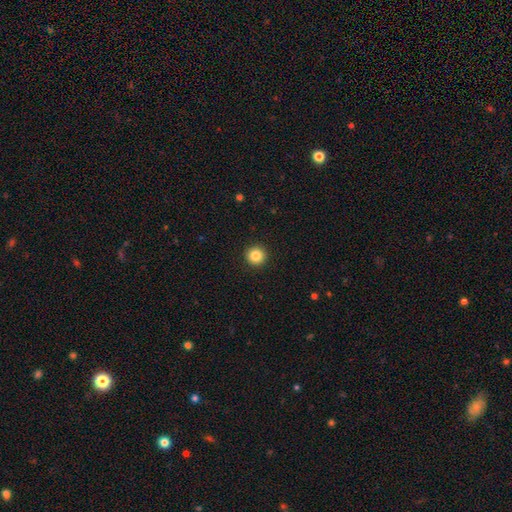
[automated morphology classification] This appears to be a smooth galaxy with no disk features (84%) that is round (96%). Merging: none (93%).